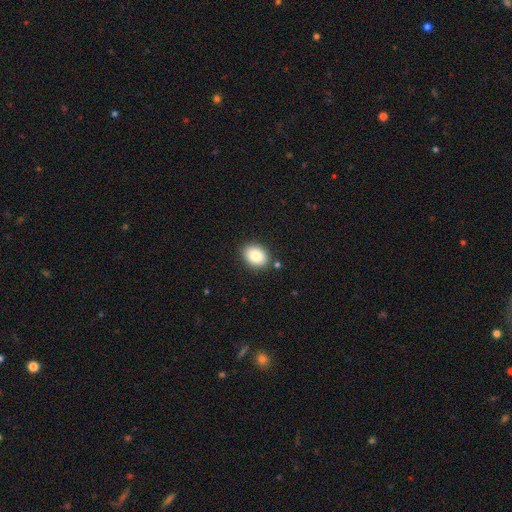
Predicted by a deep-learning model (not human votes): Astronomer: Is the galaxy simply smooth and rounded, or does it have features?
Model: smooth — 85%.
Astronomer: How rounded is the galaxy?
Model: in between — 73%.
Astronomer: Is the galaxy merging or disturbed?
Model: none — 85%.